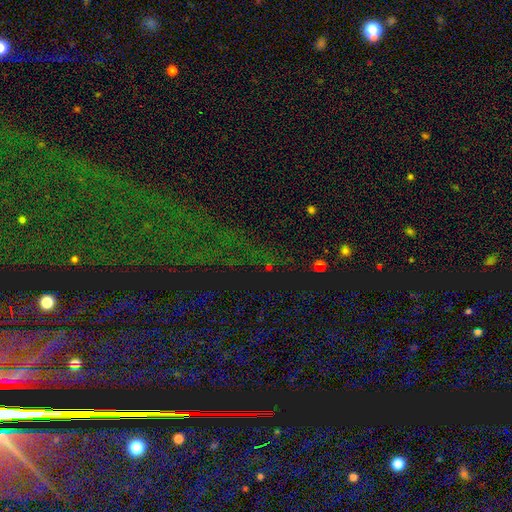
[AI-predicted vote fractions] The model was most divided on "smooth or featured": star or artifact: 85%, featured or disk: 8%, smooth: 7%.